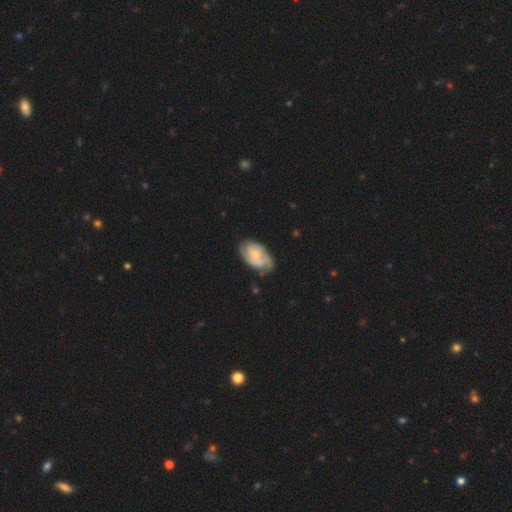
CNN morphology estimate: Smooth or featured? featured or disk (59%)
Edge-on disk? no (96%)
Bar? no (70%)
Spiral arms? yes (84%)
Bulge size? small (56%)
Merging? none (56%)